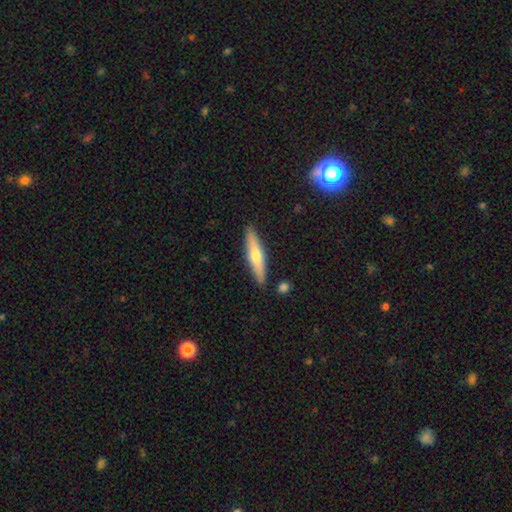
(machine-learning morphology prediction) Smooth or featured: smooth — 51% (featured or disk — 43%)
How rounded: cigar-shaped — 84% (in between — 14%)
Merging: none — 88% (minor disturbance — 8%)